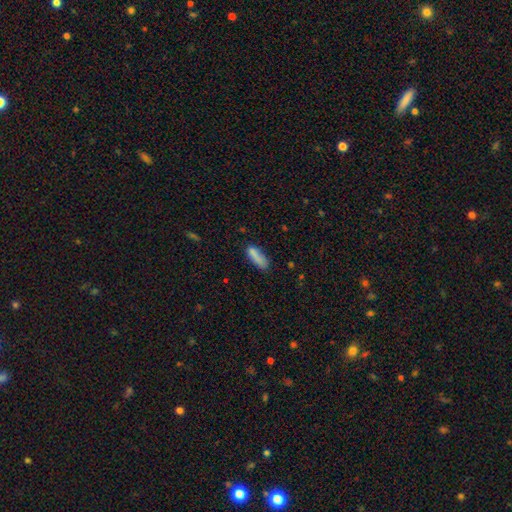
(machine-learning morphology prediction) Smooth or featured: smooth — 83% (featured or disk — 9%)
How rounded: cigar-shaped — 52% (in between — 46%)
Merging: none — 66% (minor disturbance — 22%)